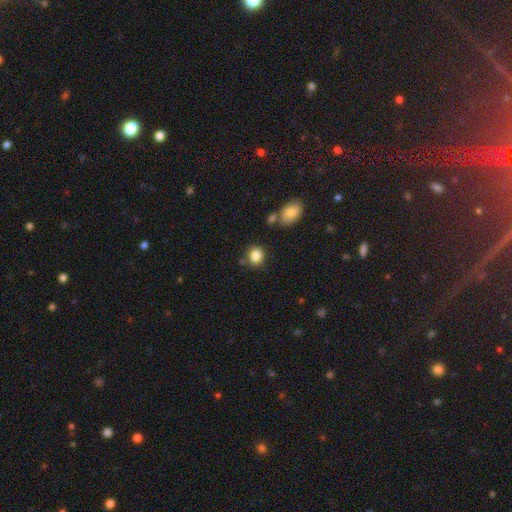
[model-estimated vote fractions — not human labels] smooth 85%, star or artifact 10%, featured or disk 5%. Down the decision tree: how rounded — round (73%); merging — none (79%).